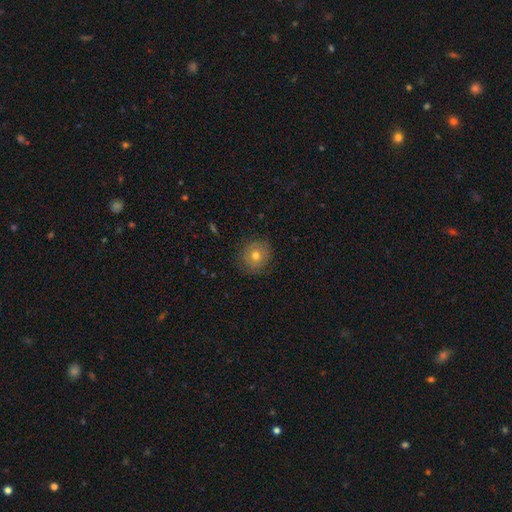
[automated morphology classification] Q: Smooth or featured?
A: smooth (64%); runner-up: featured or disk (24%)
Q: How rounded?
A: round (89%); runner-up: in between (10%)
Q: Merging?
A: none (84%); runner-up: minor disturbance (11%)